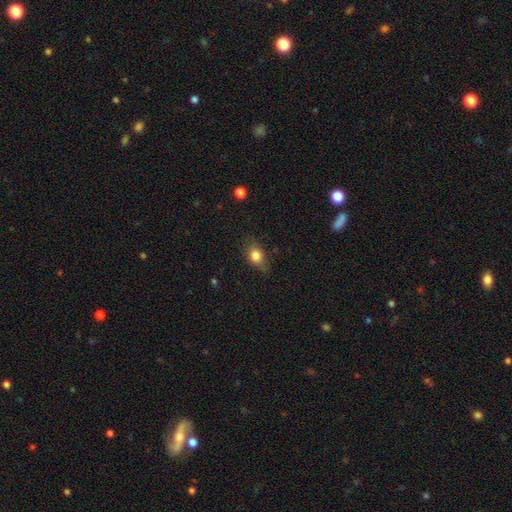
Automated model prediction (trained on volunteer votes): Smooth or featured: smooth — 81% (featured or disk — 10%)
How rounded: in between — 64% (round — 33%)
Merging: none — 74% (minor disturbance — 20%)